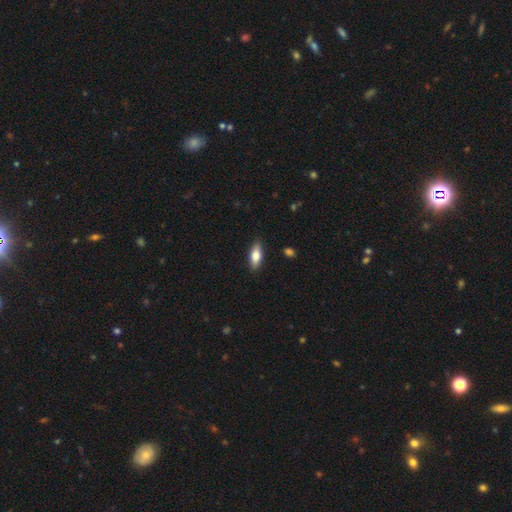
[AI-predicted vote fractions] Q: Smooth or featured?
A: smooth (73%); runner-up: featured or disk (21%)
Q: How rounded?
A: in between (75%); runner-up: cigar-shaped (22%)
Q: Merging?
A: none (88%); runner-up: minor disturbance (9%)